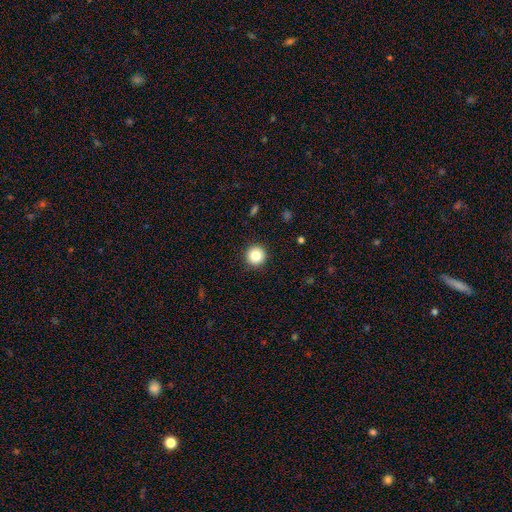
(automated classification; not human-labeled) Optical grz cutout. It shows a smooth galaxy with no disk features (86%) that is round (95%). Merging: none (92%).